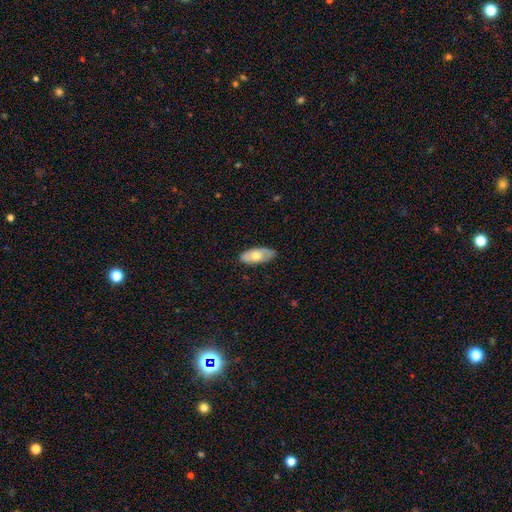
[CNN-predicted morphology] Q: Smooth or featured?
A: smooth (59%); runner-up: featured or disk (35%)
Q: How rounded?
A: in between (89%); runner-up: cigar-shaped (8%)
Q: Merging?
A: none (81%); runner-up: minor disturbance (15%)